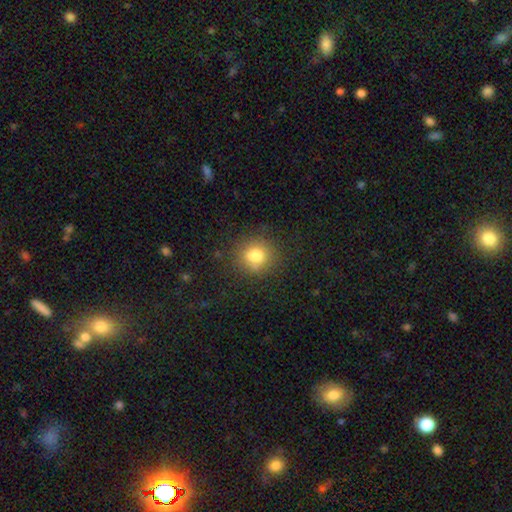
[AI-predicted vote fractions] Smooth or featured?
  - smooth: 78% *
  - star or artifact: 12%
  - featured or disk: 10%
How rounded?
  - round: 80% *
  - in between: 19%
  - cigar-shaped: 1%
Merging?
  - none: 79% *
  - minor disturbance: 13%
  - major disturbance: 5%
  - merger: 3%